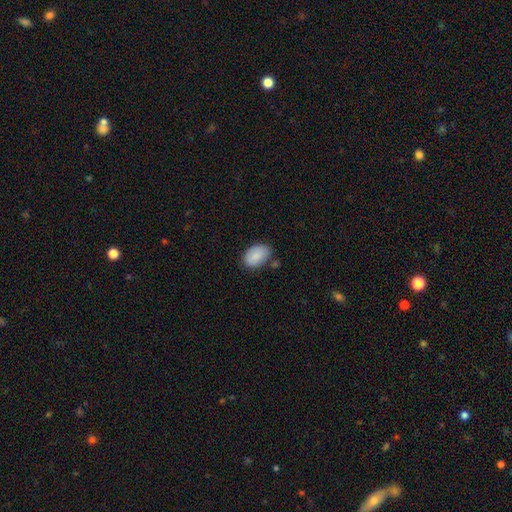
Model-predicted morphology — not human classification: Smooth or featured: smooth — 86% (featured or disk — 7%)
How rounded: in between — 89% (round — 10%)
Merging: none — 69% (minor disturbance — 21%)